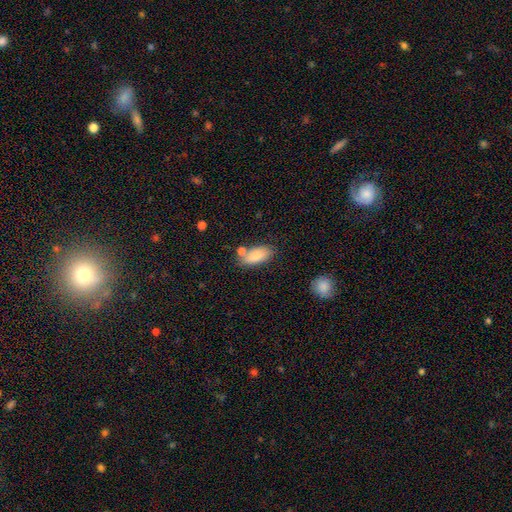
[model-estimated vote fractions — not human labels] Smooth or featured?
  - smooth: 84% *
  - featured or disk: 9%
  - star or artifact: 7%
How rounded?
  - in between: 88% *
  - cigar-shaped: 10%
  - round: 3%
Merging?
  - none: 67% *
  - minor disturbance: 16%
  - merger: 14%
  - major disturbance: 4%